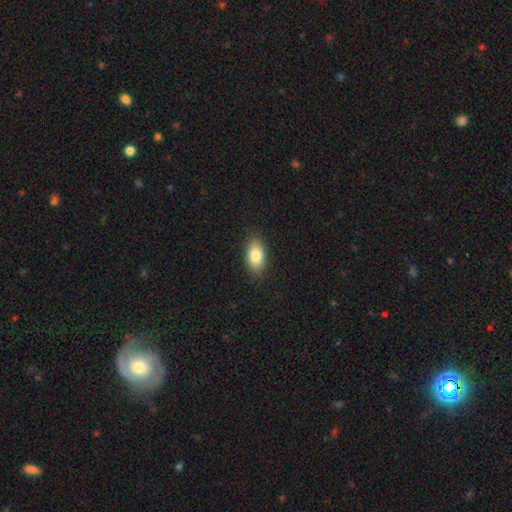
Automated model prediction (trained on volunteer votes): Smooth or featured?
  - smooth: 82% *
  - featured or disk: 10%
  - star or artifact: 7%
How rounded?
  - in between: 91% *
  - round: 6%
  - cigar-shaped: 3%
Merging?
  - none: 86% *
  - minor disturbance: 10%
  - major disturbance: 2%
  - merger: 1%